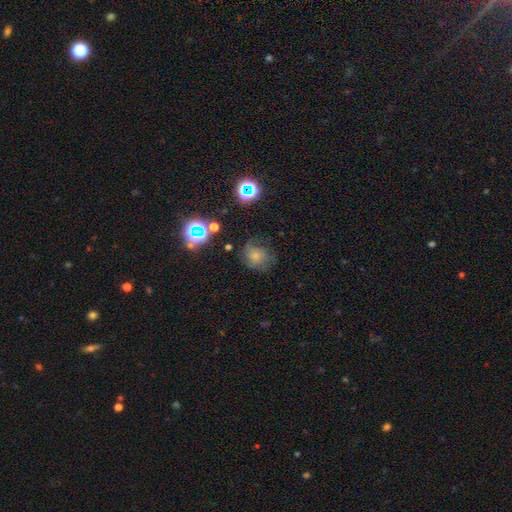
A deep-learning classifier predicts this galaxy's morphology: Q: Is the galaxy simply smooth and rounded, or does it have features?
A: smooth — 48%.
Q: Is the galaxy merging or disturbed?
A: none — 52%.